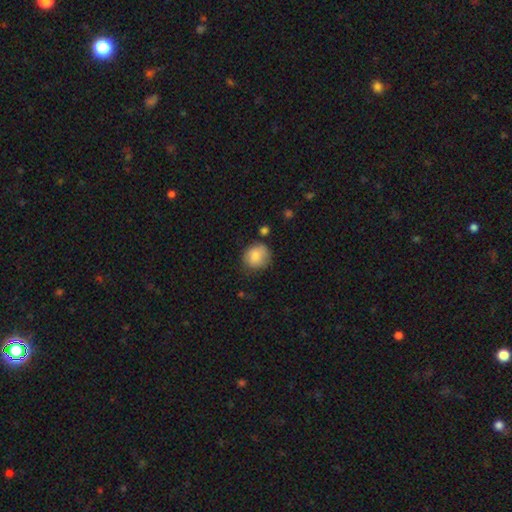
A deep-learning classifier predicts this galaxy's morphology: The model was most divided on "merging": none: 69%, minor disturbance: 22%, major disturbance: 6%, merger: 4%. More confident: smooth or featured — smooth (84%); how rounded — round (80%).